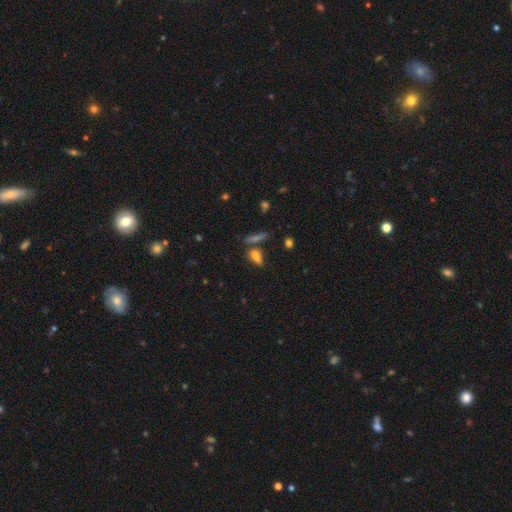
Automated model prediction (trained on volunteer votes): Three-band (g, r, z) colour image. It shows a smooth galaxy with no disk features (71%) that is in between round and cigar-shaped (55%). Merging: none (56%).